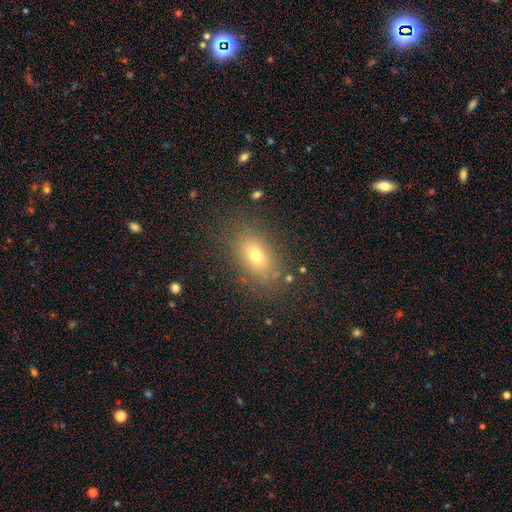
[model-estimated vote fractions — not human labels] Smooth or featured: smooth — 69% (star or artifact — 17%)
How rounded: in between — 81% (round — 14%)
Merging: none — 84% (minor disturbance — 10%)